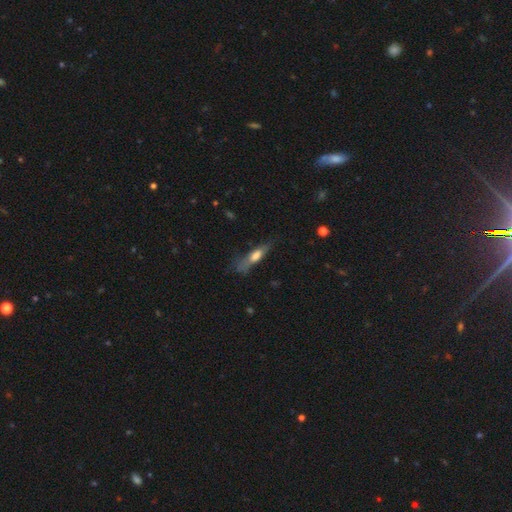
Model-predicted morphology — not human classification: A smooth galaxy with no disk features (58%) that is cigar-shaped (62%).

Vote fractions:
- Smooth or featured? smooth: 58% / featured or disk: 34% / star or artifact: 8%
- How rounded? cigar-shaped: 62% / in between: 36% / round: 2%
- Merging? none: 50% / minor disturbance: 27% / major disturbance: 20% / merger: 3%